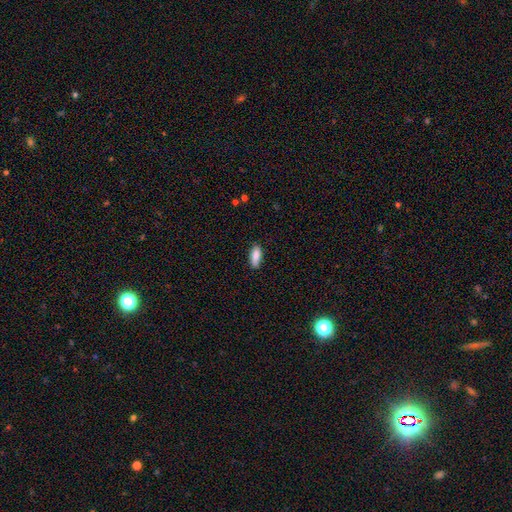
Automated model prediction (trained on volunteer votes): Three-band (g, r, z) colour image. It shows a smooth galaxy with no disk features (86%) that is in between round and cigar-shaped (73%). Merging: none (83%).